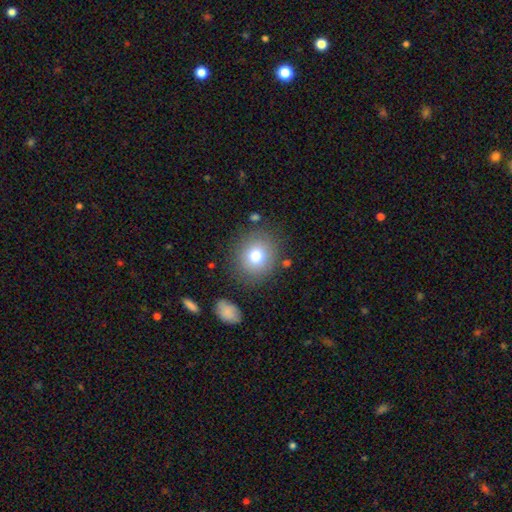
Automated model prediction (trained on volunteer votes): Q: Smooth or featured?
A: smooth (76%); runner-up: featured or disk (13%)
Q: How rounded?
A: round (77%); runner-up: in between (22%)
Q: Merging?
A: none (81%); runner-up: minor disturbance (11%)